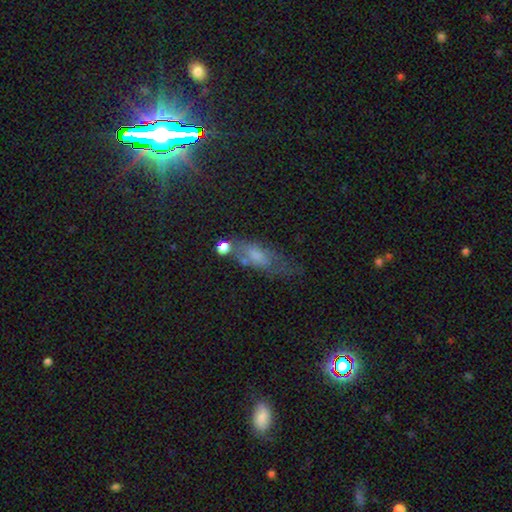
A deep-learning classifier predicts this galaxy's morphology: type=smooth (46%); merging=none (50%).